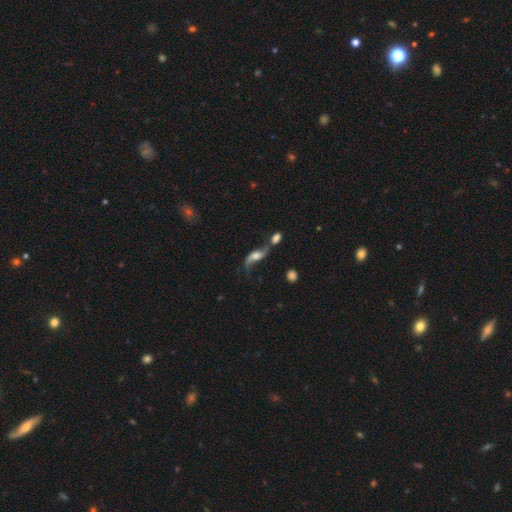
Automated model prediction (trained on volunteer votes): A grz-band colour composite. It shows a featured or disk galaxy (73%) with no bar (57%), 2 (86%) loose (89%) spiral arms (90%) and a moderate central bulge (43%). Merging: none (40%).